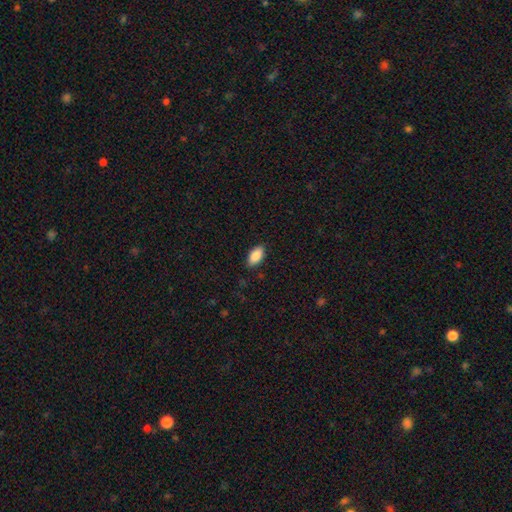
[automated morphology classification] Overall: smooth (88%). How rounded: in between (92%). Merging: none (87%).